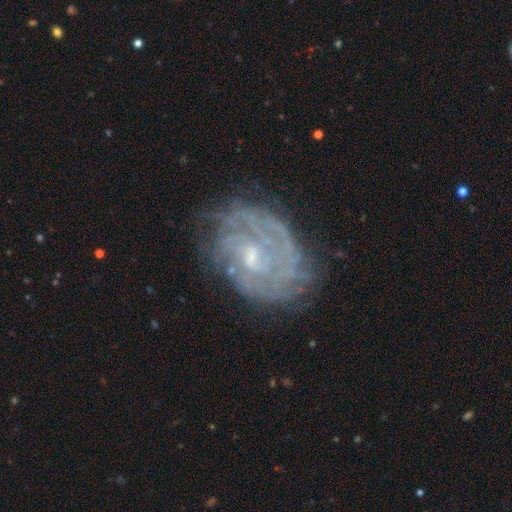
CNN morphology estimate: Overall: featured or disk (79%). Edge-on disk: no (97%). Bar: no (53%; weak 40%). Spiral arms: yes (81%). Spiral arm count: can't tell (53%; 2 16%). Spiral winding: tight (65%; medium 26%). Bulge size: small (60%; moderate 30%). Merging: none (66%).